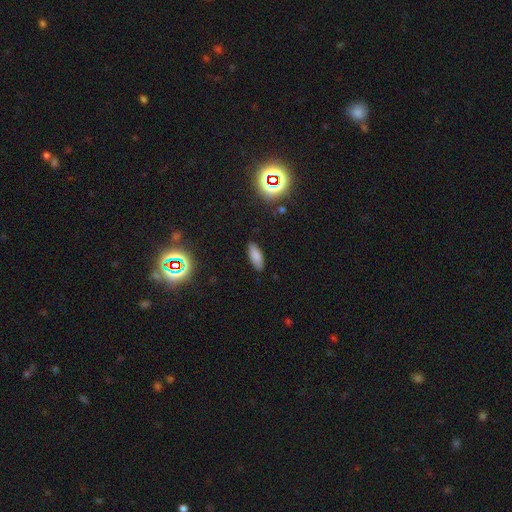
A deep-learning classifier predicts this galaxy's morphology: smooth 80%, star or artifact 12%, featured or disk 8%. Down the decision tree: how rounded — in between (78%); merging — none (86%).